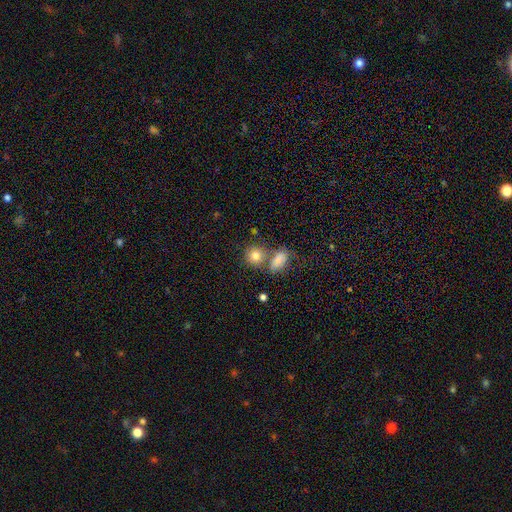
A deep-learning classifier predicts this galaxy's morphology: A smooth galaxy with no disk features (81%) that is round (77%).

Vote fractions:
- Smooth or featured? smooth: 81% / star or artifact: 10% / featured or disk: 9%
- How rounded? round: 77% / in between: 22% / cigar-shaped: 1%
- Merging? none: 56% / merger: 29% / minor disturbance: 11% / major disturbance: 4%